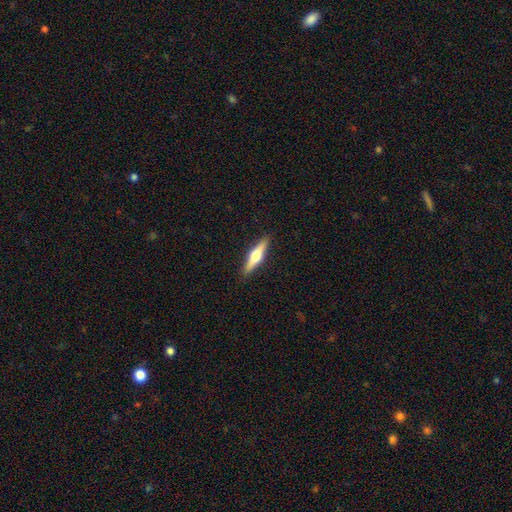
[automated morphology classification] Smooth or featured: featured or disk — 62% (smooth — 33%)
Edge-on disk: yes — 97% (no — 3%)
Edge-on bulge: rounded — 94% (boxy — 4%)
Merging: none — 91% (minor disturbance — 7%)